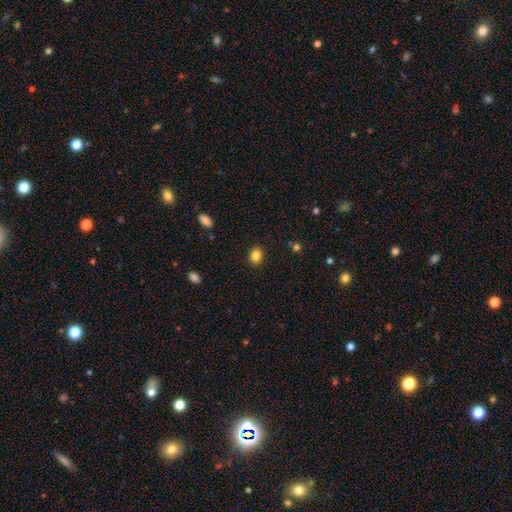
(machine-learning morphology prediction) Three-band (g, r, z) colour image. It shows a smooth galaxy with no disk features (84%) that is round (55%). Merging: none (90%).